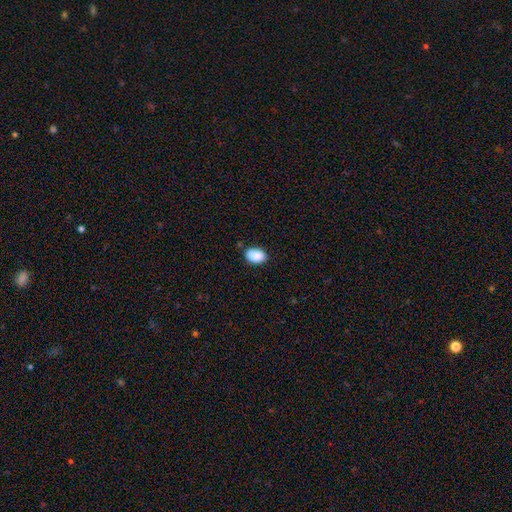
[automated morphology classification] Smooth or featured? Predicted: smooth (p=0.90). How rounded? Predicted: in between (p=0.83). Merging? Predicted: none (p=0.80).